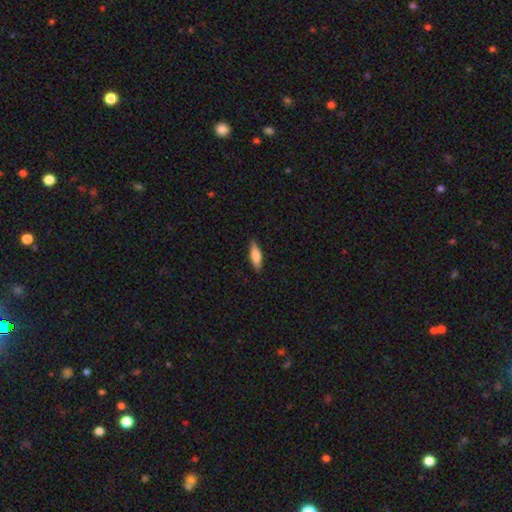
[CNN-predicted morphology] Q: Smooth or featured?
A: smooth (74%); runner-up: featured or disk (20%)
Q: How rounded?
A: in between (52%); runner-up: cigar-shaped (46%)
Q: Merging?
A: none (86%); runner-up: minor disturbance (11%)